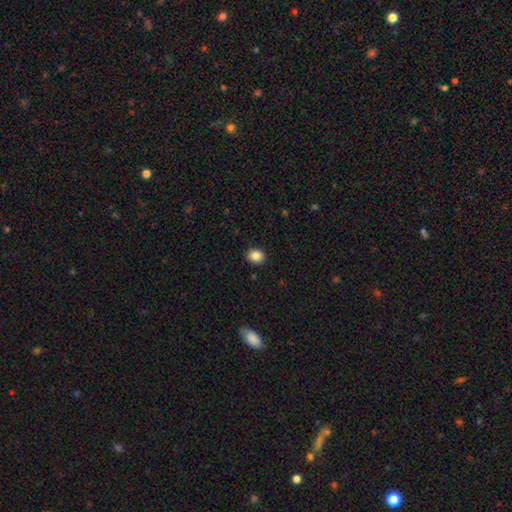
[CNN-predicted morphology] A smooth galaxy with no disk features (86%) that is round (66%). Merging: none (91%).